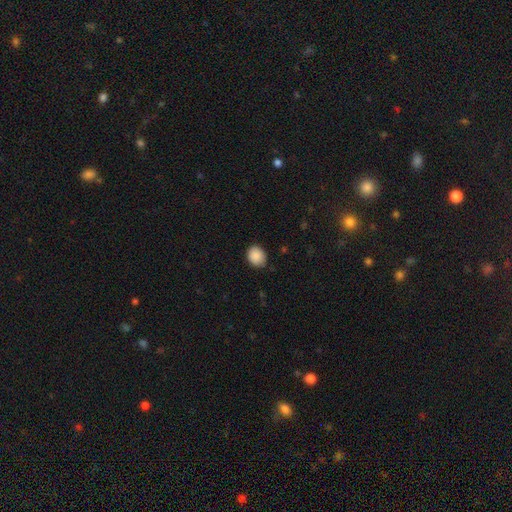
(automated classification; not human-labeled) Overall: smooth (89%). How rounded: round (55%; in between 44%). Merging: none (83%).